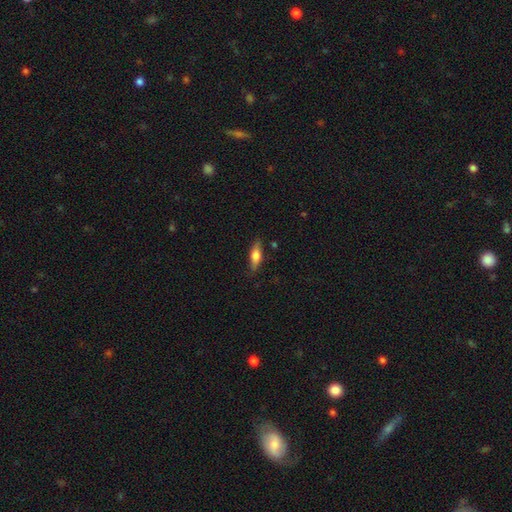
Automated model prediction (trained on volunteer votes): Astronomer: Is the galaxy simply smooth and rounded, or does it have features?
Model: smooth — 64%.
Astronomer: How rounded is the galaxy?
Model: in between — 54% (runner-up: cigar-shaped, 43%).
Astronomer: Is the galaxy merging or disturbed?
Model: none — 80%.